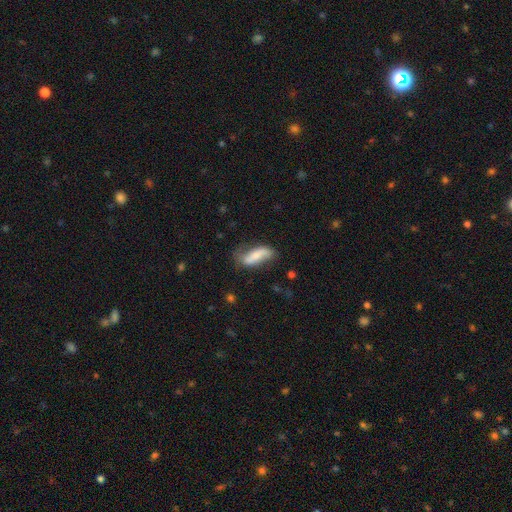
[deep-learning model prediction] Smooth or featured?
  - smooth: 51% *
  - featured or disk: 42%
  - star or artifact: 7%
How rounded?
  - in between: 65% *
  - cigar-shaped: 32%
  - round: 3%
Merging?
  - none: 53% *
  - minor disturbance: 30%
  - major disturbance: 13%
  - merger: 4%